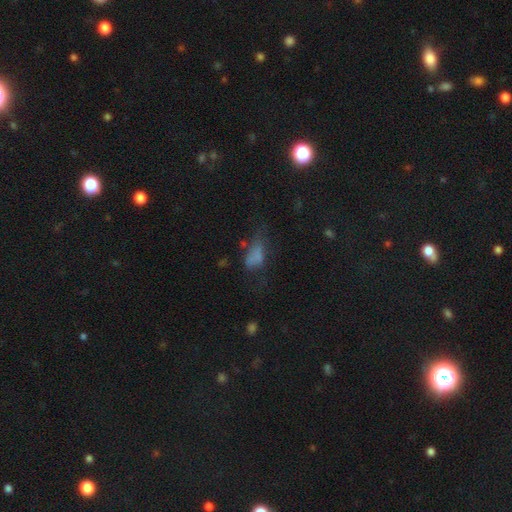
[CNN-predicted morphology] This is likely a smooth galaxy (62%). How rounded: clearly in between (83%). Merging: marginally major disturbance (41%).